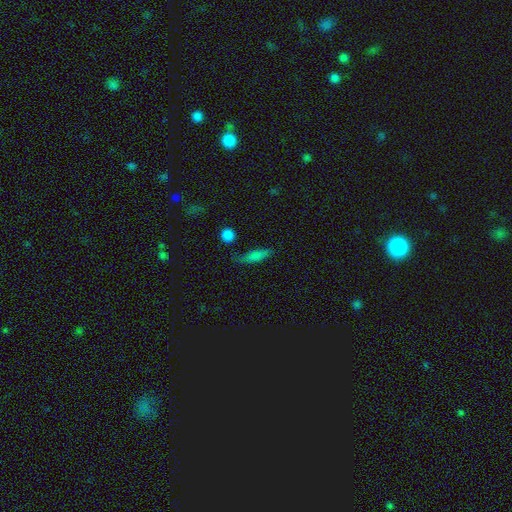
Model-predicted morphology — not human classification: This is likely a smooth galaxy (74%). How rounded: possibly cigar-shaped (59%). Merging: likely none (62%).